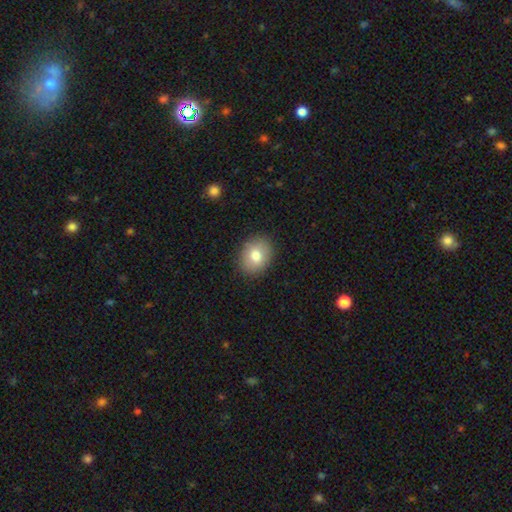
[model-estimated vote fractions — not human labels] Smooth or featured? Predicted: smooth (p=0.79). How rounded? Predicted: in between (p=0.51). Merging? Predicted: none (p=0.89).